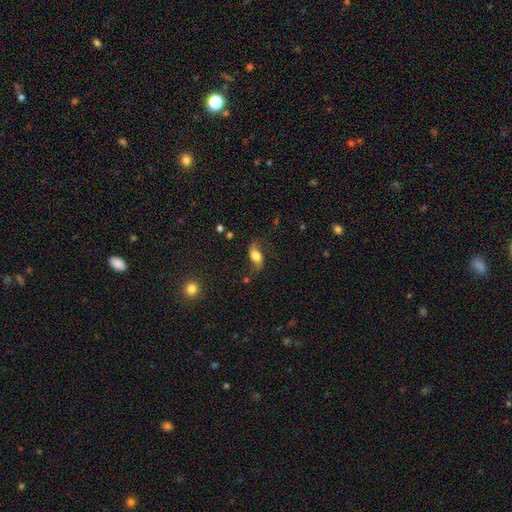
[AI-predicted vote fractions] The model was most divided on "smooth or featured": smooth: 53%, featured or disk: 38%, star or artifact: 9%. More confident: how rounded — in between (83%); merging — none (63%).